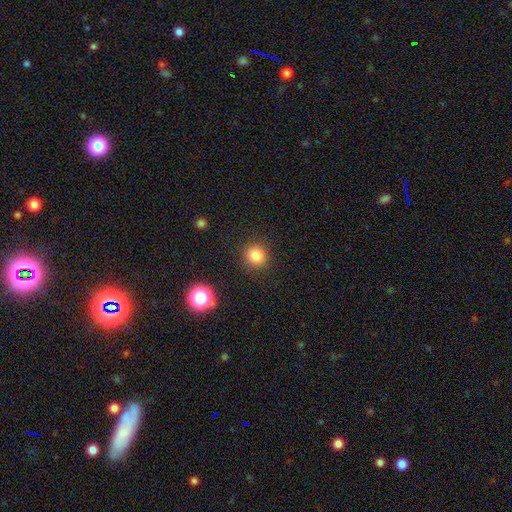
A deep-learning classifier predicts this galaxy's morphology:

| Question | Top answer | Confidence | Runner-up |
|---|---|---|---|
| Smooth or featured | smooth | 82% | star or artifact (13%) |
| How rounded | round | 91% | in between (8%) |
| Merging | none | 89% | minor disturbance (7%) |